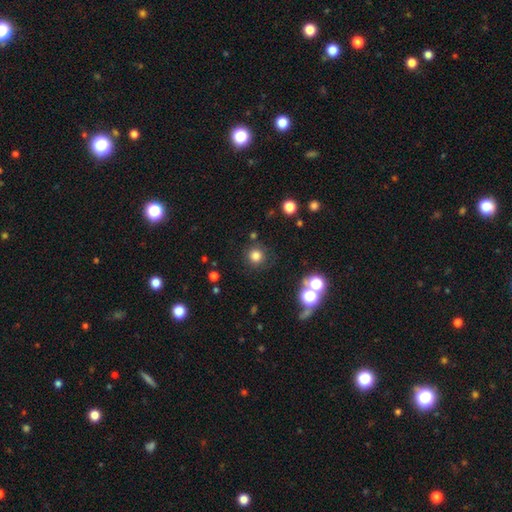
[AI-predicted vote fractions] Smooth or featured? Predicted: smooth (p=0.78). How rounded? Predicted: round (p=0.93). Merging? Predicted: none (p=0.83).